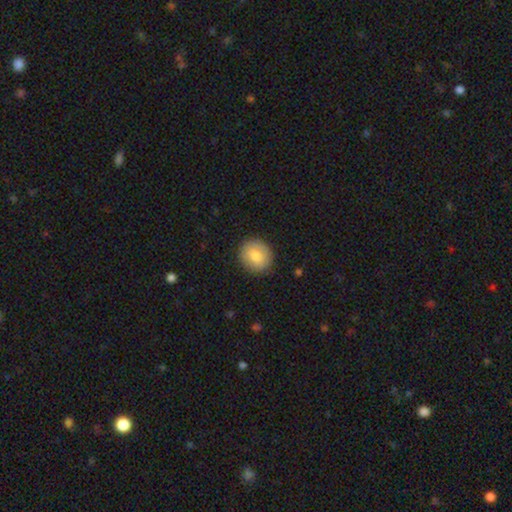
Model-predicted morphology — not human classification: A smooth galaxy with no disk features (81%) that is round (85%).

Vote fractions:
- Smooth or featured? smooth: 81% / featured or disk: 12% / star or artifact: 7%
- How rounded? round: 85% / in between: 14% / cigar-shaped: 1%
- Merging? none: 89% / minor disturbance: 8% / major disturbance: 2% / merger: 1%